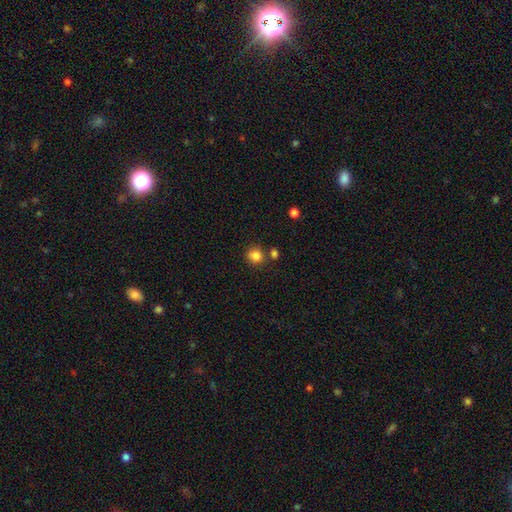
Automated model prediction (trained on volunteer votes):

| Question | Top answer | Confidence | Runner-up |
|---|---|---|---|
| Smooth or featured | smooth | 83% | star or artifact (11%) |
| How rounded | round | 88% | in between (11%) |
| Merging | none | 74% | merger (12%) |